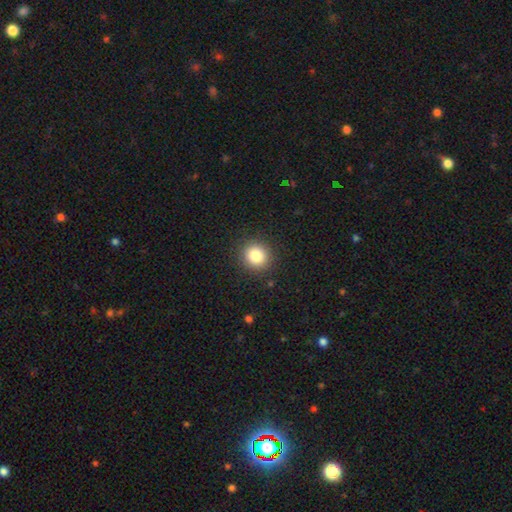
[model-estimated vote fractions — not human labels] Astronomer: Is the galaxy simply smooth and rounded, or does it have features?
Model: smooth — 83%.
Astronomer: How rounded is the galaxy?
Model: round — 88%.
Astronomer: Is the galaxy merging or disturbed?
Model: none — 90%.